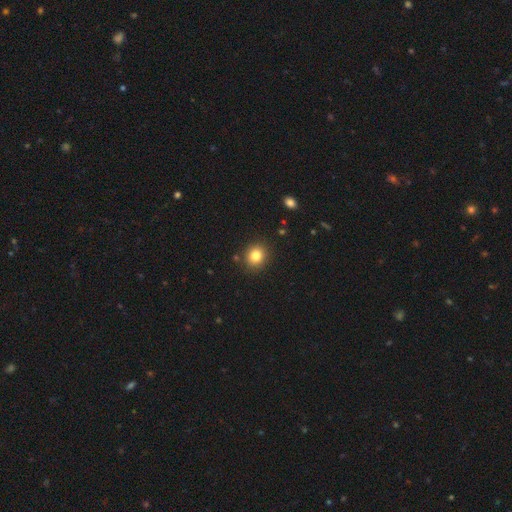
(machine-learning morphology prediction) smooth 81%, star or artifact 12%, featured or disk 7%. Down the decision tree: how rounded — round (82%); merging — none (88%).